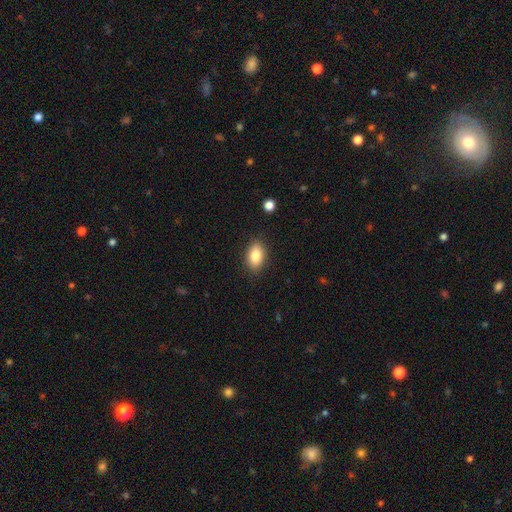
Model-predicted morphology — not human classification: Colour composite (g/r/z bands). It shows a smooth galaxy with no disk features (83%) that is in between round and cigar-shaped (87%). Merging: none (86%).